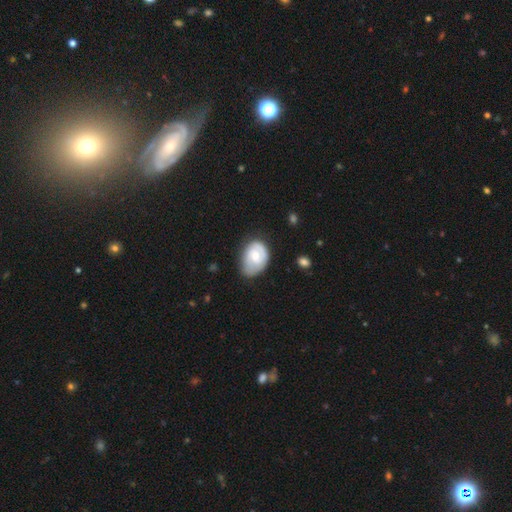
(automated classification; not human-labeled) This appears to be a featured or disk galaxy (49%). Merging: none (58%).